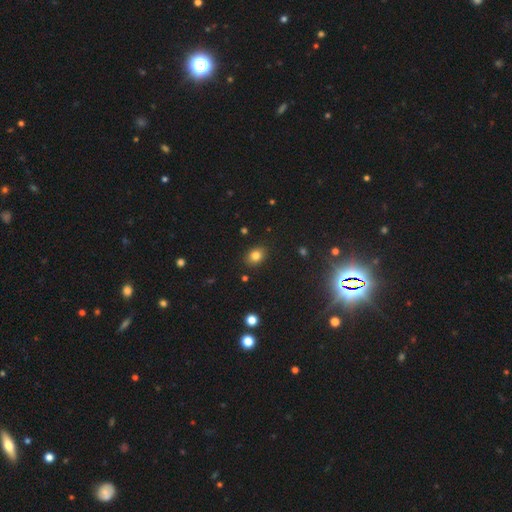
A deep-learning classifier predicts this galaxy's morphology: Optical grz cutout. It shows a smooth galaxy with no disk features (80%) that is in between round and cigar-shaped (52%). Merging: none (86%).